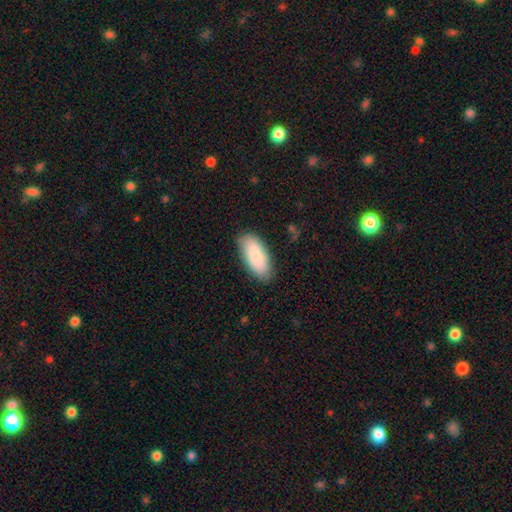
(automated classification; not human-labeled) A smooth galaxy with no disk features (86%) that is in between round and cigar-shaped (87%).

Vote fractions:
- Smooth or featured? smooth: 86% / featured or disk: 9% / star or artifact: 6%
- How rounded? in between: 87% / cigar-shaped: 11% / round: 2%
- Merging? none: 83% / minor disturbance: 13% / major disturbance: 3% / merger: 1%